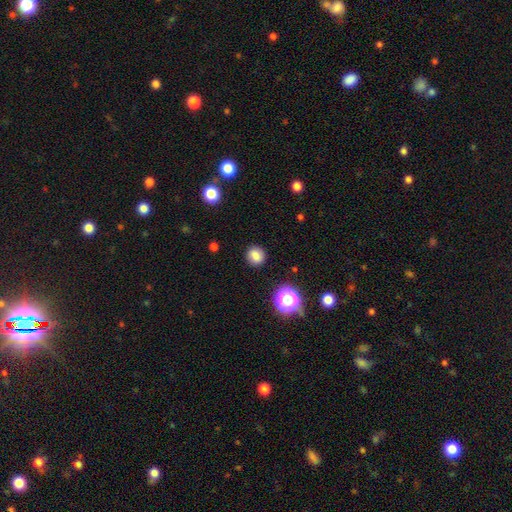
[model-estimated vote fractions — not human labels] Q: Smooth or featured?
A: smooth (82%); runner-up: star or artifact (12%)
Q: How rounded?
A: round (81%); runner-up: in between (18%)
Q: Merging?
A: none (89%); runner-up: minor disturbance (7%)